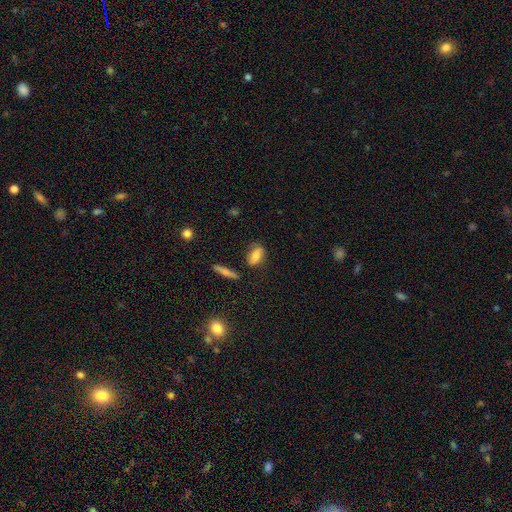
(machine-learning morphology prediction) smooth_or_featured: smooth (p=0.71) [alt: featured or disk p=0.19]
how_rounded: in between (p=0.80) [alt: cigar-shaped p=0.12]
merging: none (p=0.72) [alt: minor disturbance p=0.19]